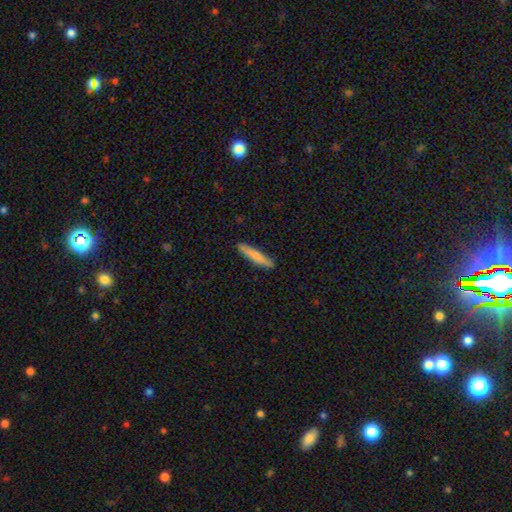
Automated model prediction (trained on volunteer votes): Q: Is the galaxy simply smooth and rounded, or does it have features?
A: smooth — 76%.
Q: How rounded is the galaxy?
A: cigar-shaped — 90%.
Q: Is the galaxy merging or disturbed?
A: none — 88%.